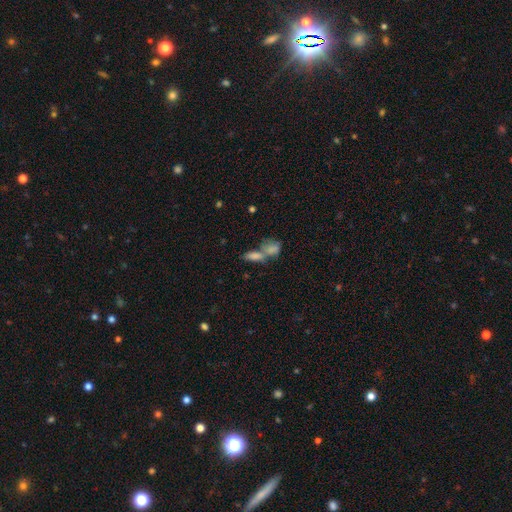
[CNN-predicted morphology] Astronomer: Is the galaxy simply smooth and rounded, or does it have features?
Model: smooth — 67%.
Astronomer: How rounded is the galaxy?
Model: in between — 73%.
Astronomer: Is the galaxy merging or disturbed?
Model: merger — 56%.